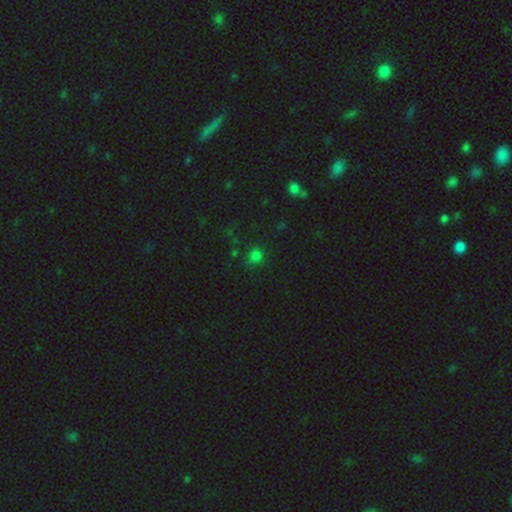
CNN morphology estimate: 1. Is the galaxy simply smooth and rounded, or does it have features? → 71% smooth, 24% star or artifact, 5% featured or disk.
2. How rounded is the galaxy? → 84% round, 15% in between, 1% cigar-shaped.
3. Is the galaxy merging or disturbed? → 79% none, 13% minor disturbance, 4% major disturbance, 4% merger.